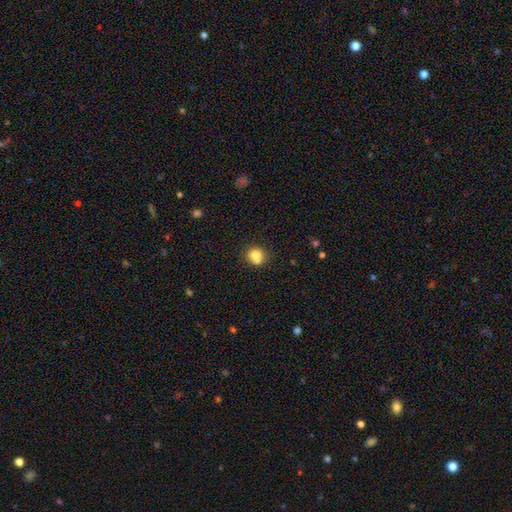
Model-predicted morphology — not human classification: smooth-or-featured: smooth: 77% | featured or disk: 11% | star or artifact: 11%
  how-rounded: round: 78% | in between: 21% | cigar-shaped: 1%
  merging: none: 57% | merger: 24% | minor disturbance: 14% | major disturbance: 4%